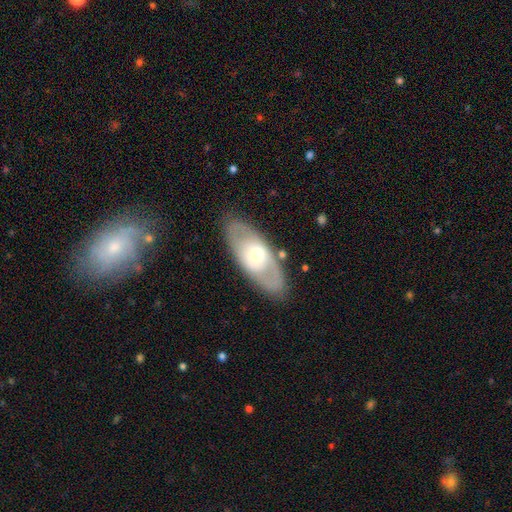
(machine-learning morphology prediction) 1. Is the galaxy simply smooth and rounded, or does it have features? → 61% featured or disk, 34% smooth, 6% star or artifact.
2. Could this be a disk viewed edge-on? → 85% no, 15% yes.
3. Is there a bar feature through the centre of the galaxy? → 74% no, 19% weak, 7% strong.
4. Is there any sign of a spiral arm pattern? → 64% no, 36% yes.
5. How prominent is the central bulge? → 55% moderate, 35% small, 7% large, 1% dominant, 1% none.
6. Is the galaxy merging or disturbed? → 83% none, 11% minor disturbance, 4% major disturbance, 2% merger.